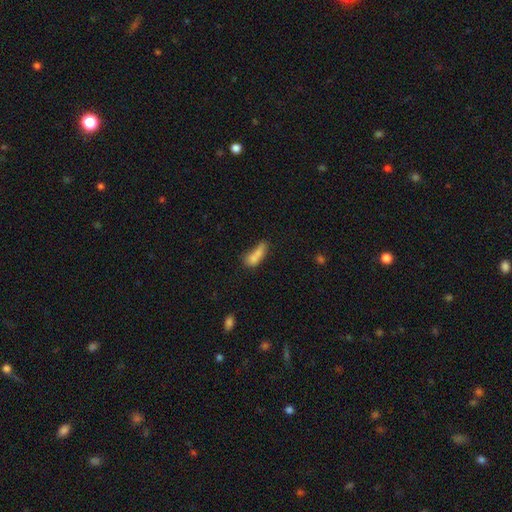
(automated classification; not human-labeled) This is likely a smooth galaxy (71%). How rounded: possibly in between (60%). Merging: possibly merger (46%).